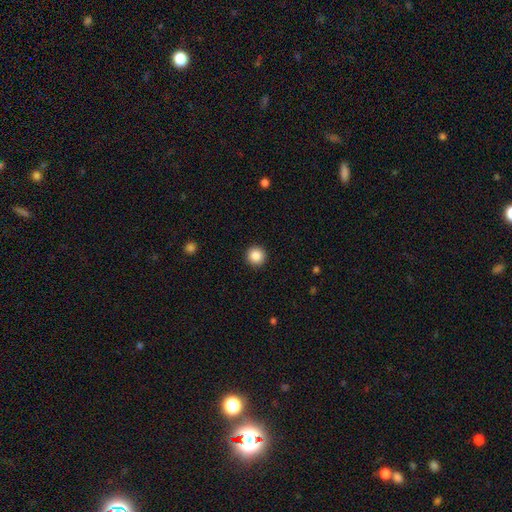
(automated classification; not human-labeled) Smooth or featured: smooth — 87% (star or artifact — 9%)
How rounded: round — 96% (in between — 3%)
Merging: none — 93% (minor disturbance — 5%)